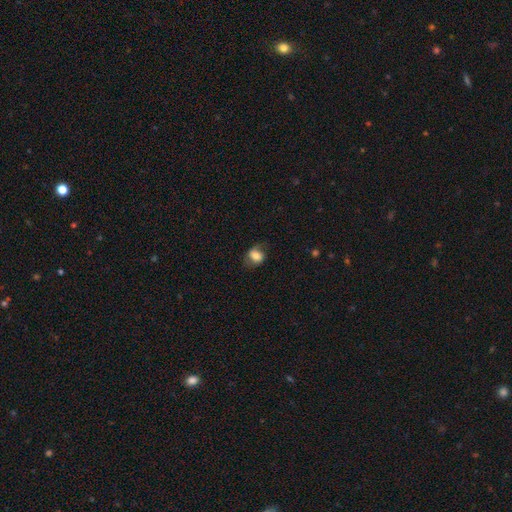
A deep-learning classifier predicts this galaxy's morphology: Smooth or featured: smooth — 68% (featured or disk — 22%)
How rounded: in between — 58% (round — 41%)
Merging: none — 55% (minor disturbance — 27%)